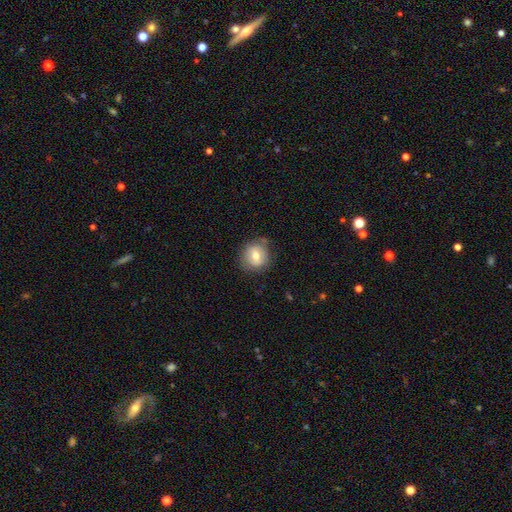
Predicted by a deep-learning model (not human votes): Smooth or featured: smooth — 65% (featured or disk — 26%)
How rounded: round — 80% (in between — 19%)
Merging: none — 74% (minor disturbance — 19%)